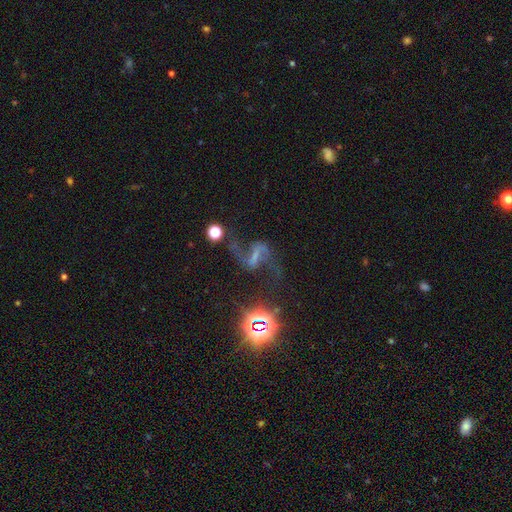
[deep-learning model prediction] smooth-or-featured: featured or disk: 73% | star or artifact: 18% | smooth: 9%
  disk-edge-on: no: 96% | yes: 4%
    bar: strong: 57% | weak: 29% | no: 13%
    has-spiral-arms: yes: 91% | no: 9%
      spiral-winding: loose: 82% | medium: 15% | tight: 3%
      spiral-arm-count: 2: 91% | 1: 4% | can't tell: 2% | 3: 1% | 4: 1% | more than 4: 1%
    bulge-size: none: 55% | small: 25% | moderate: 14% | large: 4% | dominant: 2%
  merging: none: 63% | major disturbance: 17% | minor disturbance: 14% | merger: 5%